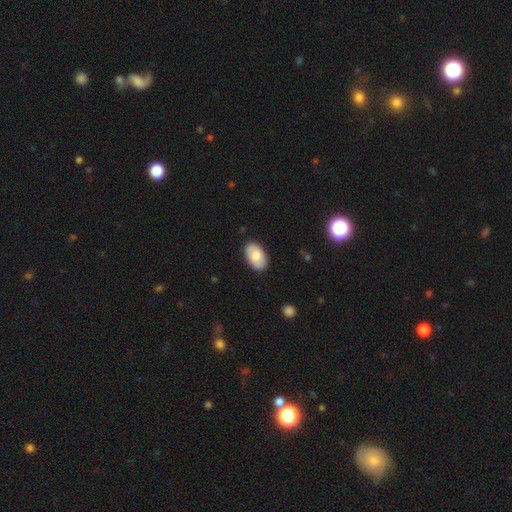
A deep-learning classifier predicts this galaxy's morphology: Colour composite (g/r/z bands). It shows a smooth galaxy with no disk features (74%) that is in between round and cigar-shaped (94%). Merging: none (87%).